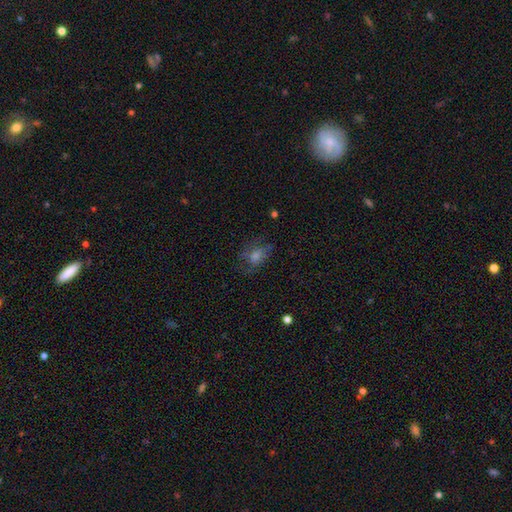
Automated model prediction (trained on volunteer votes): Smooth or featured? Predicted: smooth (p=0.42). Merging? Predicted: none (p=0.62).